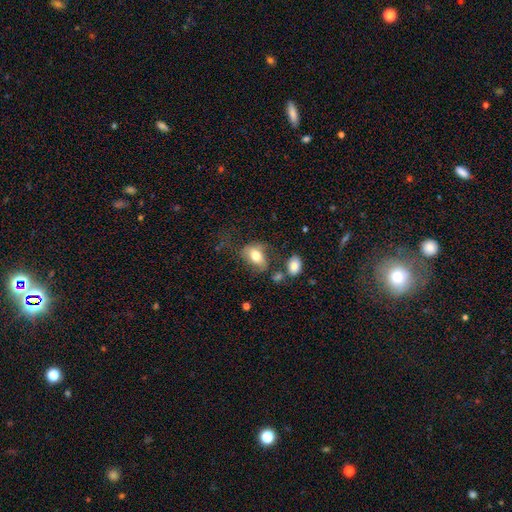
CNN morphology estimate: Q: Smooth or featured?
A: smooth (70%); runner-up: featured or disk (22%)
Q: How rounded?
A: in between (84%); runner-up: round (14%)
Q: Merging?
A: none (42%); runner-up: minor disturbance (25%)